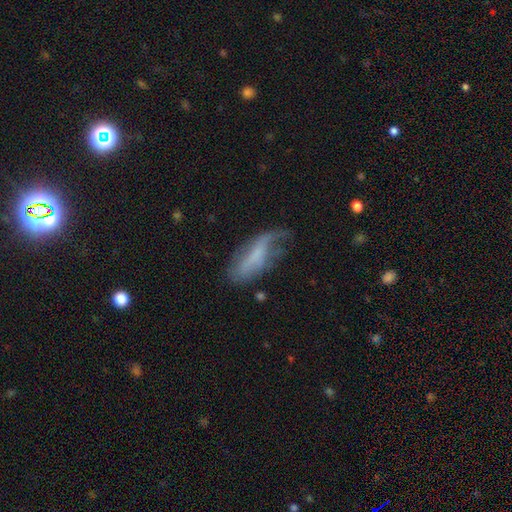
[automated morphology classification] smooth-or-featured: smooth: 47% | featured or disk: 43% | star or artifact: 10%
  merging: none: 37% | minor disturbance: 32% | major disturbance: 27% | merger: 3%